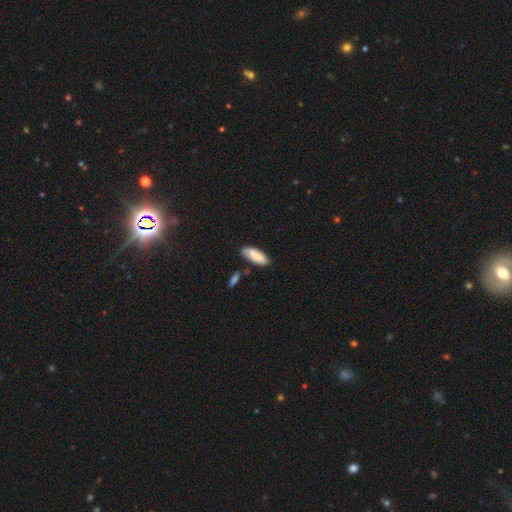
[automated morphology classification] The model was most divided on "how rounded": in between: 68%, cigar-shaped: 30%, round: 2%. More confident: smooth or featured — smooth (84%); merging — none (72%).